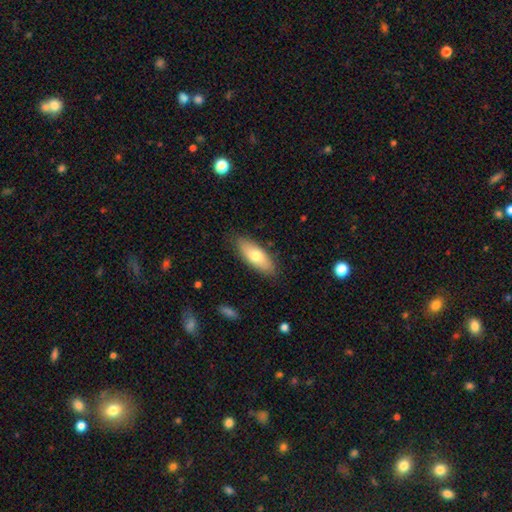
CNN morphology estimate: Smooth or featured? smooth (71%)
How rounded? in between (72%)
Merging? none (85%)